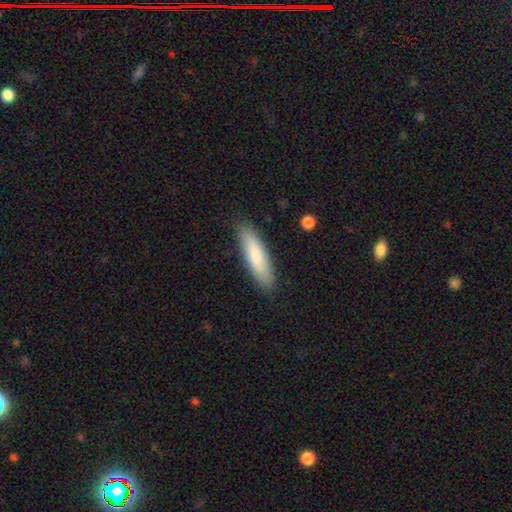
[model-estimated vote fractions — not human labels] Smooth or featured? Predicted: smooth (p=0.78). How rounded? Predicted: cigar-shaped (p=0.69). Merging? Predicted: none (p=0.86).